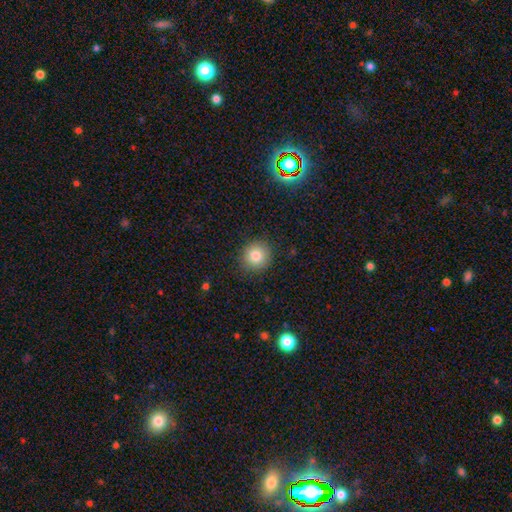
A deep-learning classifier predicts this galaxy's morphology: Smooth or featured?
  - smooth: 81% *
  - star or artifact: 10%
  - featured or disk: 8%
How rounded?
  - round: 89% *
  - in between: 10%
  - cigar-shaped: 1%
Merging?
  - none: 87% *
  - minor disturbance: 9%
  - major disturbance: 3%
  - merger: 1%